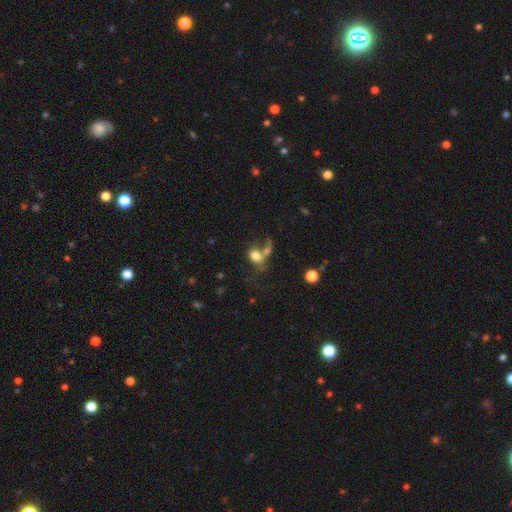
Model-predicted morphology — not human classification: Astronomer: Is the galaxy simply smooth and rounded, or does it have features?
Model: smooth — 73%.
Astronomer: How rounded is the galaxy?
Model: in between — 61% (runner-up: round, 37%).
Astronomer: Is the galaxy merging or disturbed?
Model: merger — 46% (runner-up: none, 26%).